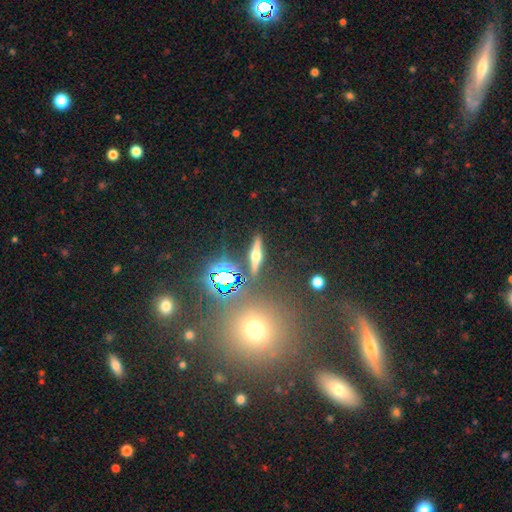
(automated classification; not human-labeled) The model was most divided on "smooth or featured": featured or disk: 59%, smooth: 21%, star or artifact: 19%. More confident: edge-on bulge — rounded (94%); edge-on disk — yes (92%); merging — none (86%).